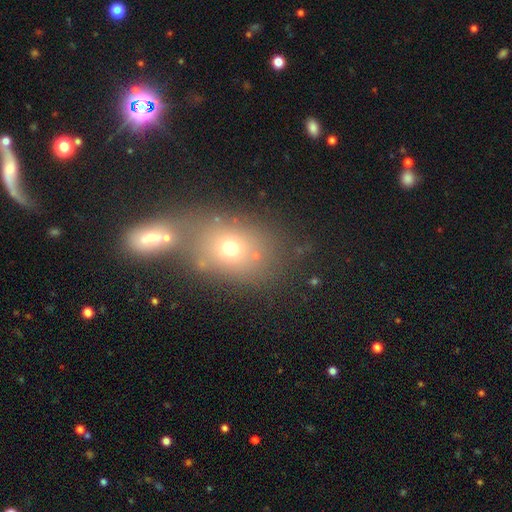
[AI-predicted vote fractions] Smooth or featured? smooth (63%)
How rounded? in between (53%)
Merging? none (50%)